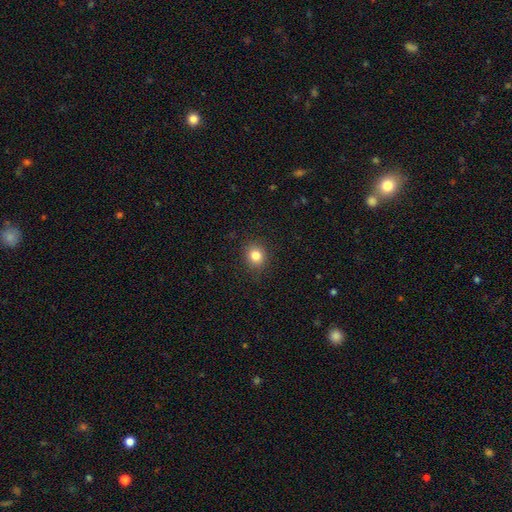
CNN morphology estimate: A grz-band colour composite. It shows a smooth galaxy with no disk features (83%) that is round (81%). Merging: none (89%).